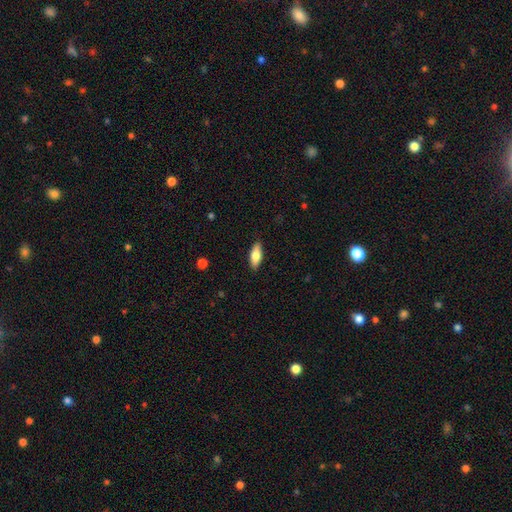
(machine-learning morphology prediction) smooth 75%, featured or disk 19%, star or artifact 6%. Down the decision tree: how rounded — in between (73%); merging — none (88%).